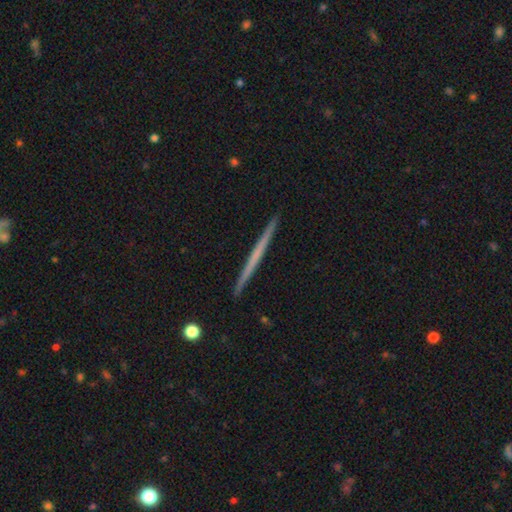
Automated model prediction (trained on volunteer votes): Smooth or featured? Predicted: featured or disk (p=0.54). Edge-on disk? Predicted: yes (p=0.98). Edge-on bulge? Predicted: none (p=0.92). Merging? Predicted: none (p=0.93).